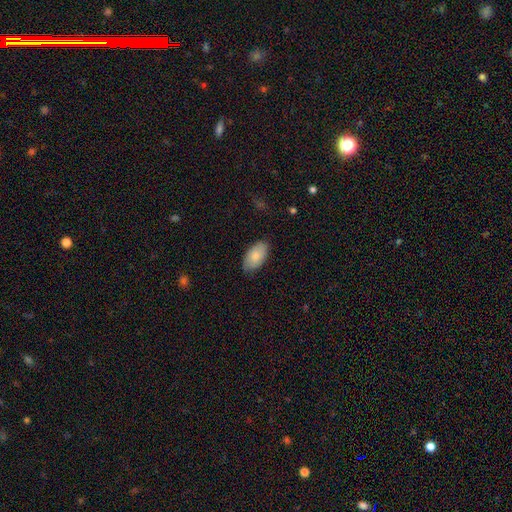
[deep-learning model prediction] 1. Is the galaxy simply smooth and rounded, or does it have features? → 84% smooth, 10% featured or disk, 6% star or artifact.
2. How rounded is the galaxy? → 95% in between, 3% round, 2% cigar-shaped.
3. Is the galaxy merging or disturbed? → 82% none, 14% minor disturbance, 3% major disturbance, 1% merger.